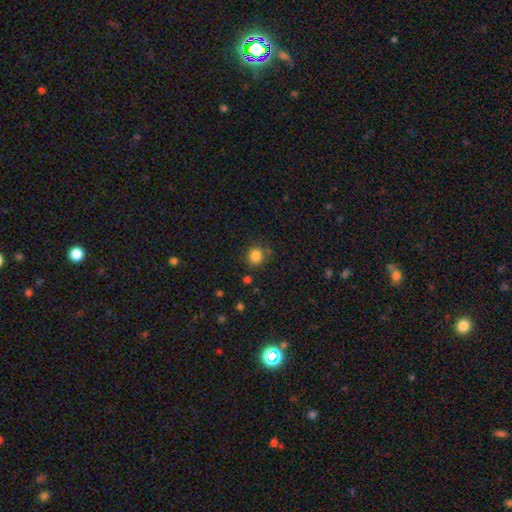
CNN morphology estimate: A smooth galaxy with no disk features (84%) that is round (87%). Merging: none (79%).